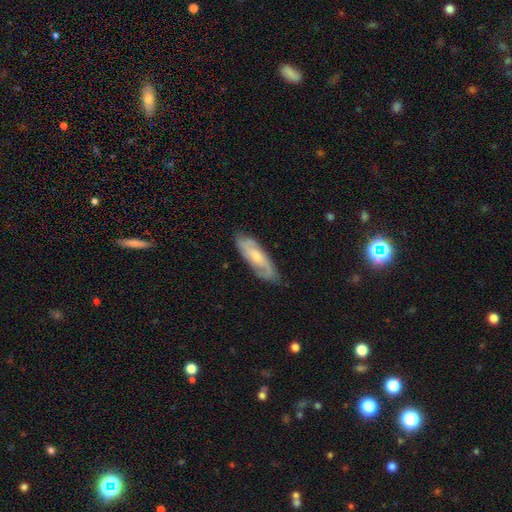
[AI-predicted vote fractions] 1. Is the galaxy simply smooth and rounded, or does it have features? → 64% featured or disk, 30% smooth, 6% star or artifact.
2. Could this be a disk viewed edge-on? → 85% no, 15% yes.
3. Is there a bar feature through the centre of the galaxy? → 58% no, 35% weak, 7% strong.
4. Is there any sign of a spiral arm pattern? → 91% yes, 9% no.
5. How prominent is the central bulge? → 48% small, 37% moderate, 10% none, 4% large, 1% dominant.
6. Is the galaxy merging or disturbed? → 76% none, 19% minor disturbance, 4% major disturbance, 1% merger.